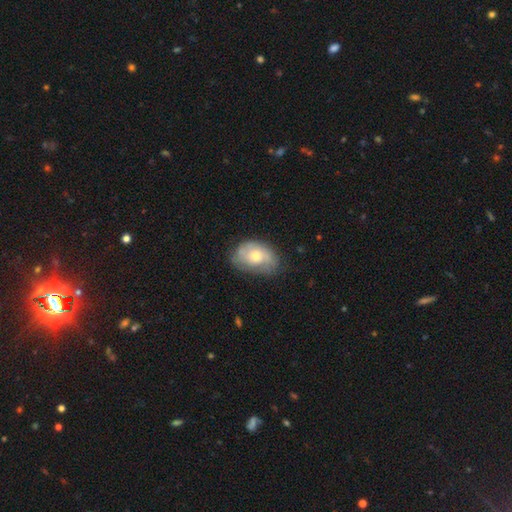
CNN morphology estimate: A featured or disk galaxy (49%). Merging: none (64%).